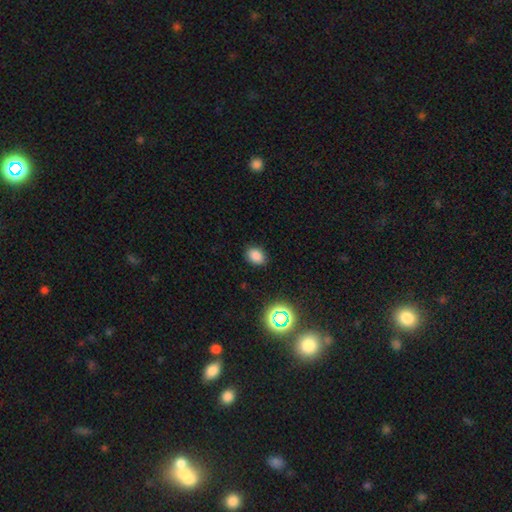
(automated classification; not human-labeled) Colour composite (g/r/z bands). It shows a smooth galaxy with no disk features (81%) that is in between round and cigar-shaped (66%). Merging: none (85%).